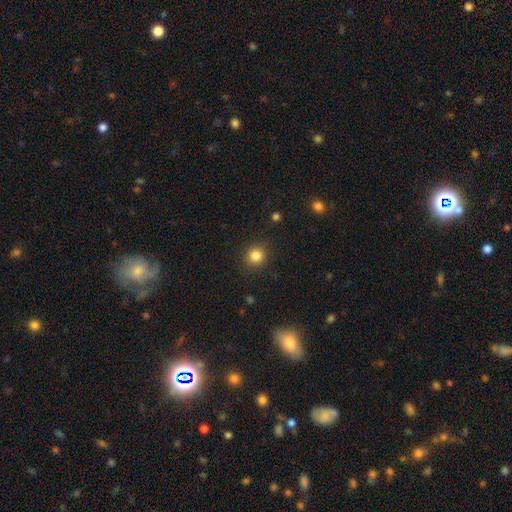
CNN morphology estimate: smooth-or-featured: smooth: 84% | star or artifact: 11% | featured or disk: 5%
  how-rounded: round: 90% | in between: 9% | cigar-shaped: 1%
  merging: none: 89% | minor disturbance: 7% | major disturbance: 3% | merger: 1%